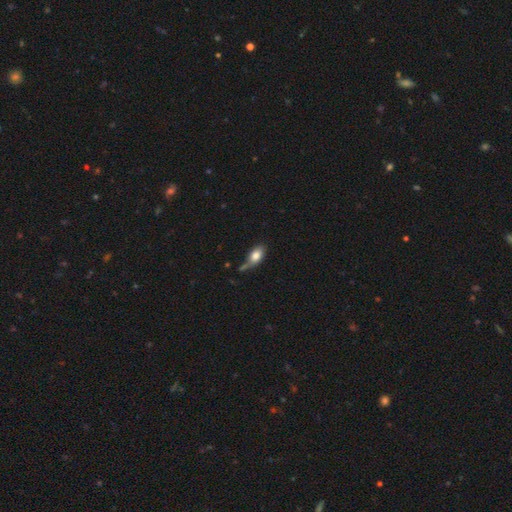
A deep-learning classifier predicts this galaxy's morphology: This is likely a smooth galaxy (77%). How rounded: clearly in between (86%). Merging: possibly none (45%).